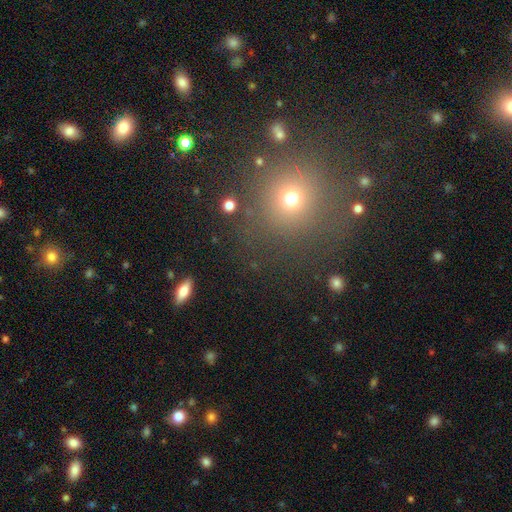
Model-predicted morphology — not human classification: Smooth or featured?
  - smooth: 56% *
  - star or artifact: 36%
  - featured or disk: 8%
How rounded?
  - round: 92% *
  - in between: 6%
  - cigar-shaped: 1%
Merging?
  - none: 87% *
  - minor disturbance: 7%
  - major disturbance: 3%
  - merger: 3%